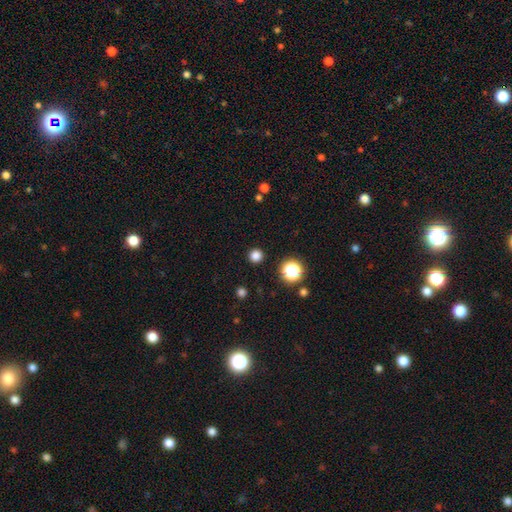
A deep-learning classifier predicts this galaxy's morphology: This is clearly a smooth galaxy (80%). How rounded: clearly round (95%). Merging: clearly none (92%).